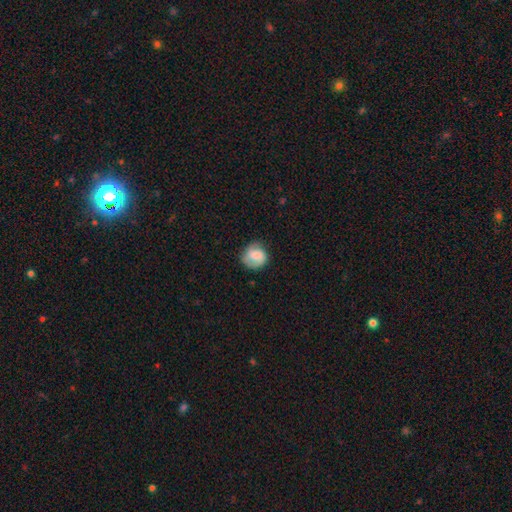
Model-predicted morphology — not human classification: A smooth galaxy with no disk features (59%) that is round (82%). Merging: none (67%).